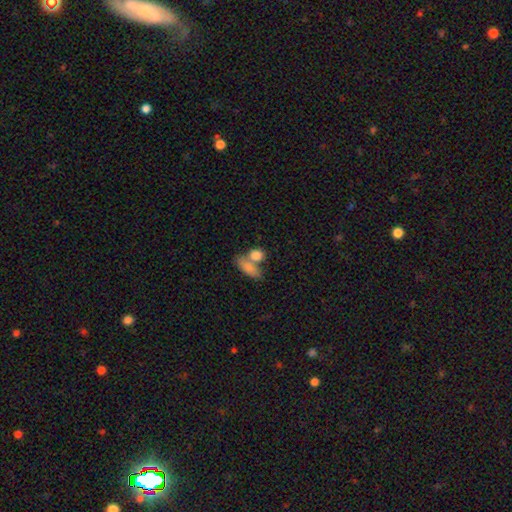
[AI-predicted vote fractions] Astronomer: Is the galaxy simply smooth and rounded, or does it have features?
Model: smooth — 83%.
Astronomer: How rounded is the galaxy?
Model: in between — 59%.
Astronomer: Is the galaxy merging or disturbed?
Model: merger — 44% (runner-up: none, 41%).